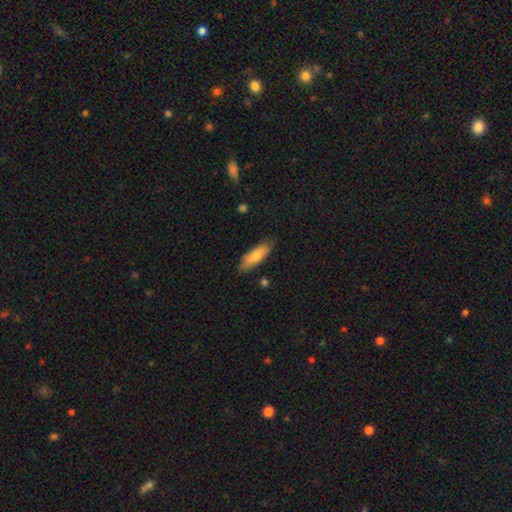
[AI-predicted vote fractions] Smooth or featured: smooth — 73% (featured or disk — 21%)
How rounded: in between — 62% (cigar-shaped — 36%)
Merging: none — 81% (minor disturbance — 15%)